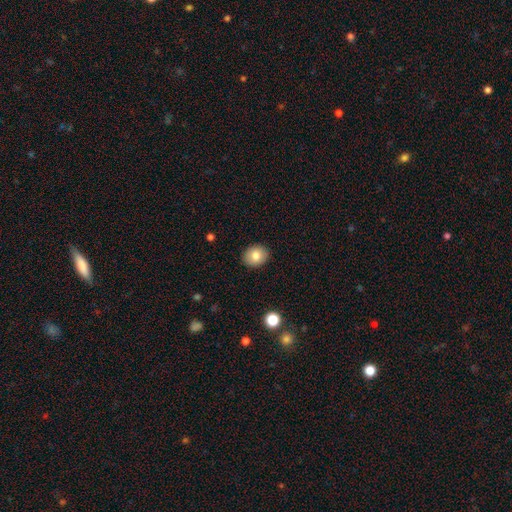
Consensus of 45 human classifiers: Overall: smooth (96%). How rounded: round (51%; in between 49%). Merging: none (93%).